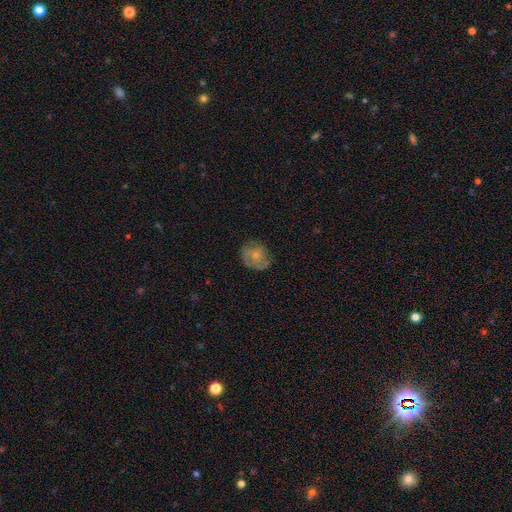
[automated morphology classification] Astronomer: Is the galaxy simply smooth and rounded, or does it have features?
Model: smooth — 62%.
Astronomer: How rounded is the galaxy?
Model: round — 68%.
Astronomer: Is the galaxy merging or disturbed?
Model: none — 68%.